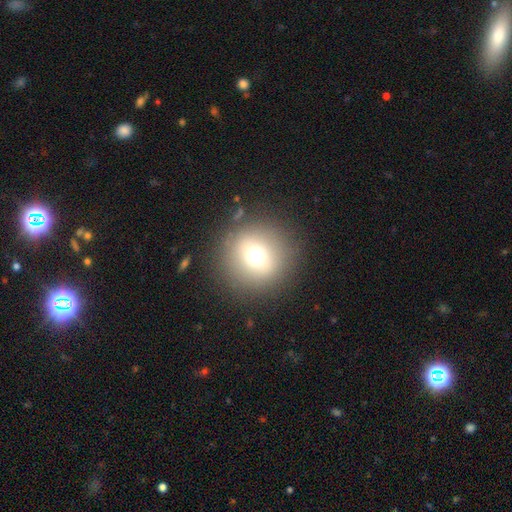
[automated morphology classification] type=smooth (68%); roundness=round (95%); merging=none (87%).